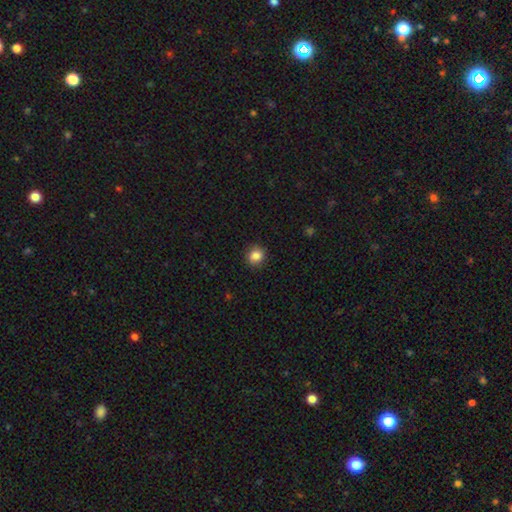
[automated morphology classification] Smooth or featured? smooth (85%)
How rounded? round (85%)
Merging? none (89%)